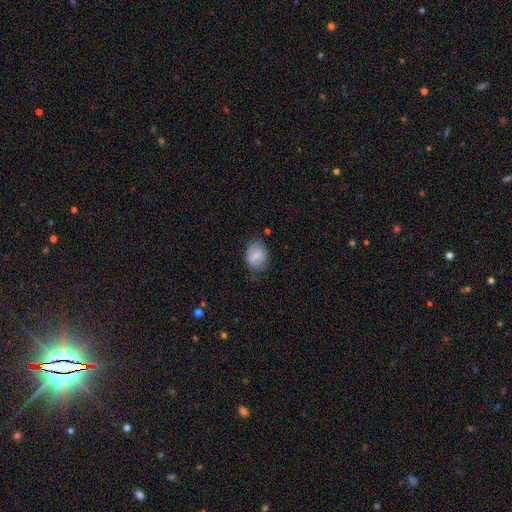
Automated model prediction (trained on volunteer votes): The model was most divided on "how rounded": in between: 62%, round: 37%, cigar-shaped: 1%. More confident: smooth or featured — smooth (74%); merging — none (68%).